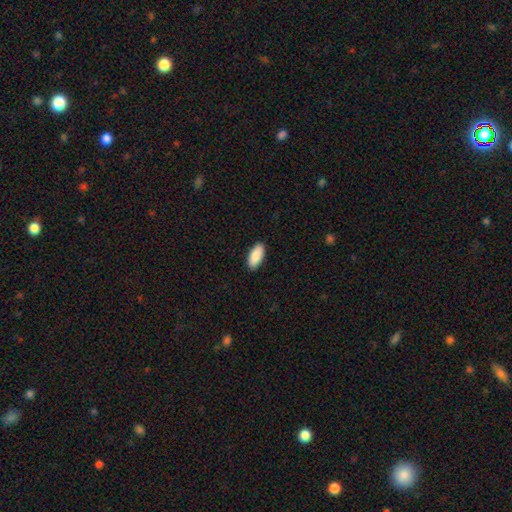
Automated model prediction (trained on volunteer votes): Morphology: type=smooth (89%); roundness=in between (90%); merging=none (90%).